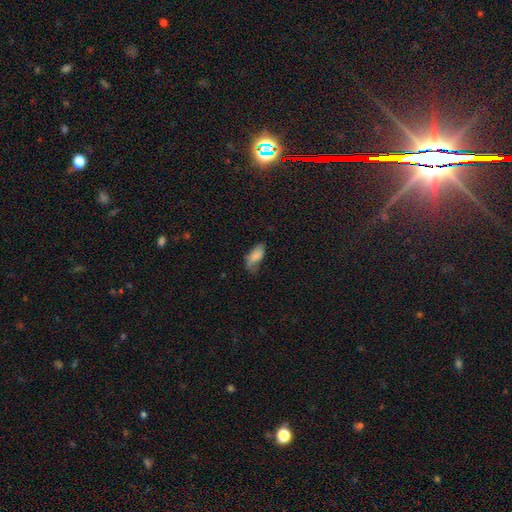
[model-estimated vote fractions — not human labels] This appears to be a smooth galaxy with no disk features (77%) that is in between round and cigar-shaped (91%). Merging: minor disturbance (37%).